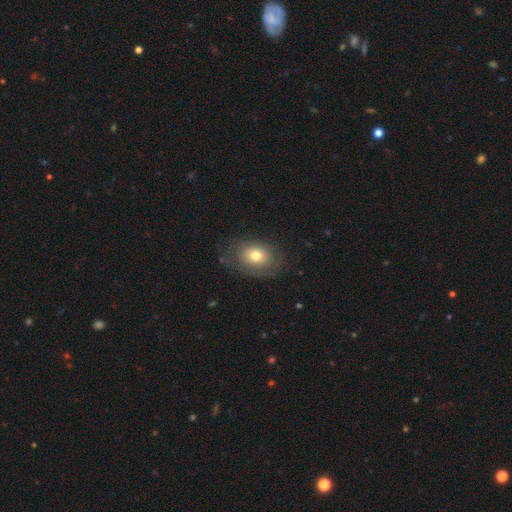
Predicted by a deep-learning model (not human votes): A smooth galaxy with no disk features (60%) that is in between round and cigar-shaped (72%). Merging: none (69%).